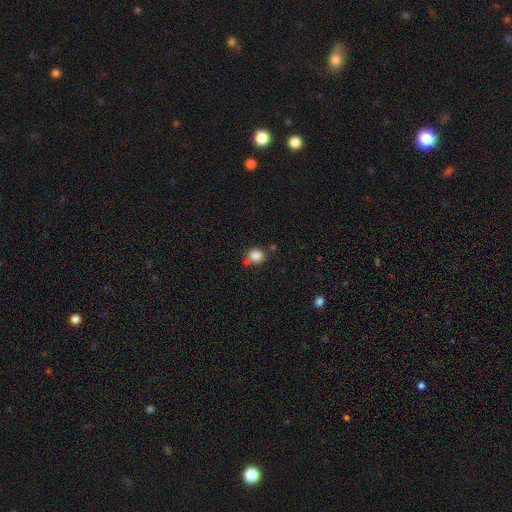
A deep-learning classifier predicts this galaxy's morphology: This is clearly a smooth galaxy (85%). How rounded: clearly round (84%). Merging: likely none (61%).